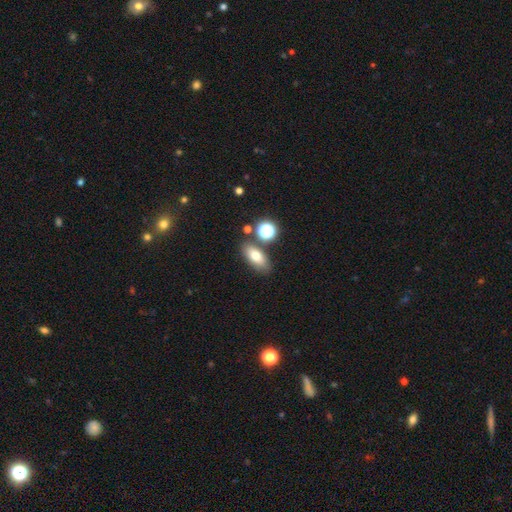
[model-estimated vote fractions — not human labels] A smooth galaxy with no disk features (73%) that is in between round and cigar-shaped (79%).

Vote fractions:
- Smooth or featured? smooth: 73% / featured or disk: 16% / star or artifact: 11%
- How rounded? in between: 79% / cigar-shaped: 11% / round: 10%
- Merging? none: 77% / minor disturbance: 11% / merger: 9% / major disturbance: 3%